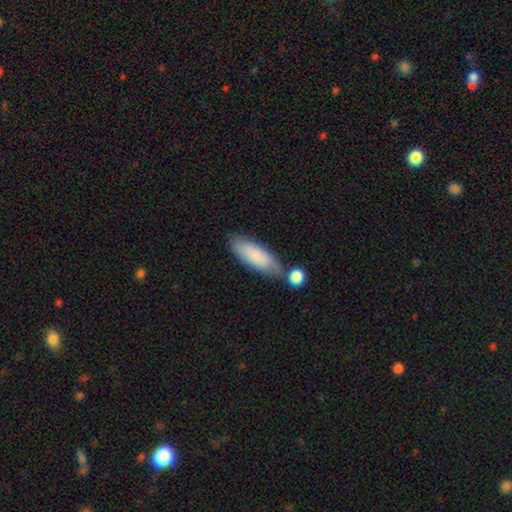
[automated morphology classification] smooth_or_featured: smooth (p=0.83) [alt: featured or disk p=0.11]
how_rounded: in between (p=0.62) [alt: cigar-shaped p=0.36]
merging: none (p=0.64) [alt: minor disturbance p=0.16]